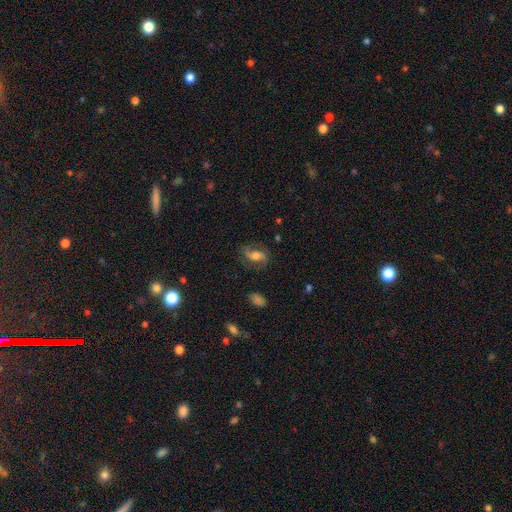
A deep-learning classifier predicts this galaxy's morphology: Smooth or featured? featured or disk (59%)
Edge-on disk? no (93%)
Bar? no (41%)
Spiral arms? yes (86%)
Bulge size? moderate (54%)
Merging? none (72%)